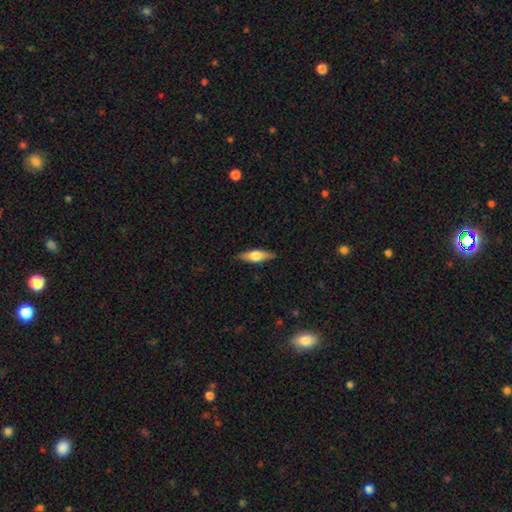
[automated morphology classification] The model was most divided on "smooth or featured": smooth: 50%, featured or disk: 44%, star or artifact: 6%. More confident: merging — none (87%).